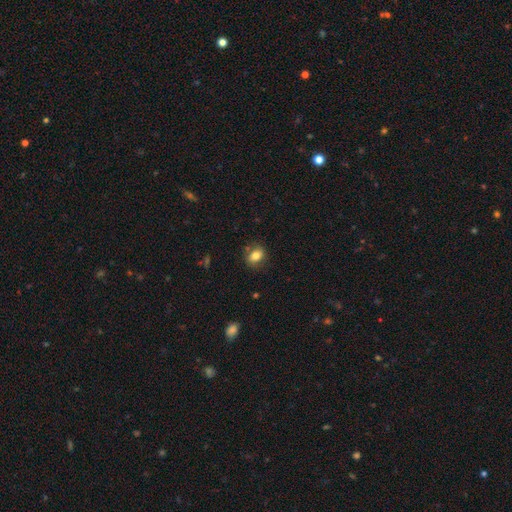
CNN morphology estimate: A smooth galaxy with no disk features (77%) that is in between round and cigar-shaped (58%).

Vote fractions:
- Smooth or featured? smooth: 77% / featured or disk: 13% / star or artifact: 9%
- How rounded? in between: 58% / round: 40% / cigar-shaped: 1%
- Merging? none: 79% / minor disturbance: 14% / major disturbance: 4% / merger: 3%